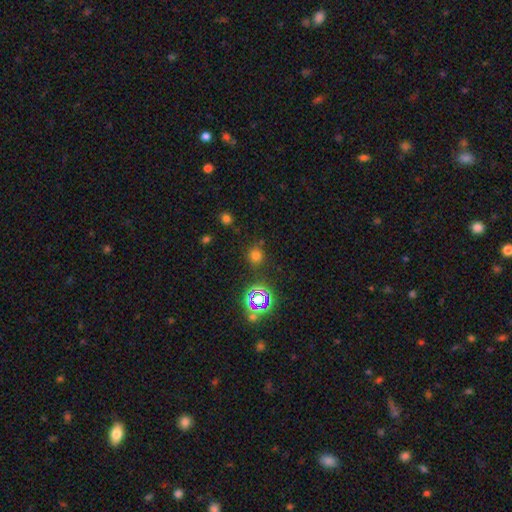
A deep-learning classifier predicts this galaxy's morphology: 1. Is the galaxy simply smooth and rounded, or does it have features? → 66% smooth, 28% star or artifact, 7% featured or disk.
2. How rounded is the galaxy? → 90% round, 9% in between, 1% cigar-shaped.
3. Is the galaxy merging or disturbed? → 82% none, 10% minor disturbance, 4% merger, 4% major disturbance.